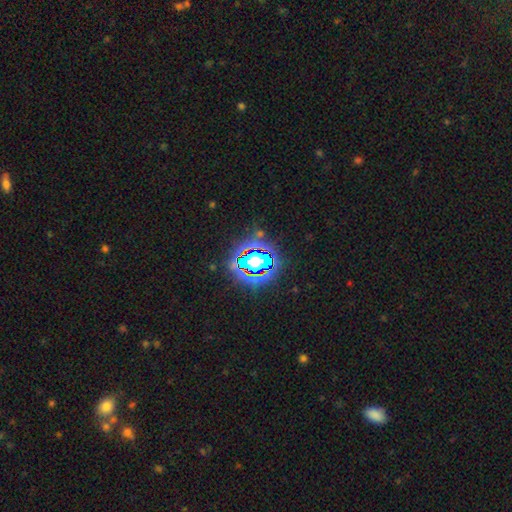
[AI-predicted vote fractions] Overall: star or artifact (81%).